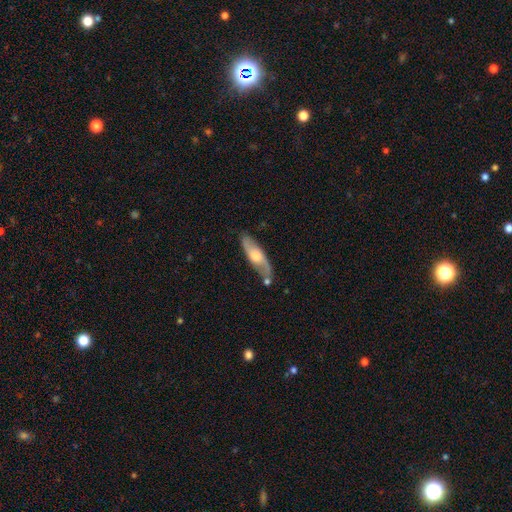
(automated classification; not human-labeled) smooth-or-featured: featured or disk: 53% | smooth: 41% | star or artifact: 5%
  disk-edge-on: no: 56% | yes: 44%
  merging: none: 69% | minor disturbance: 18% | merger: 8% | major disturbance: 5%